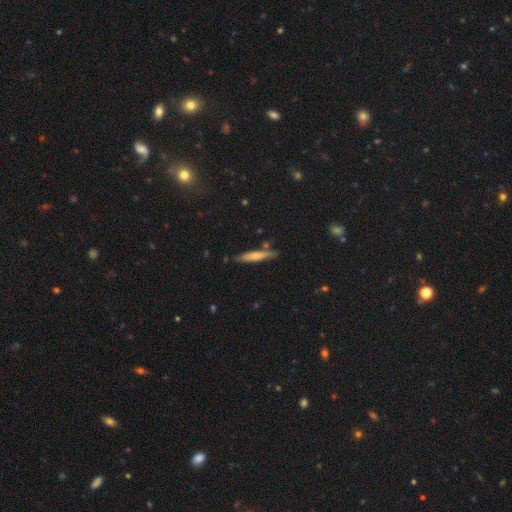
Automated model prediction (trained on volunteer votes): The model was most divided on "smooth or featured": smooth: 62%, featured or disk: 32%, star or artifact: 6%. More confident: how rounded — cigar-shaped (90%); merging — none (79%).